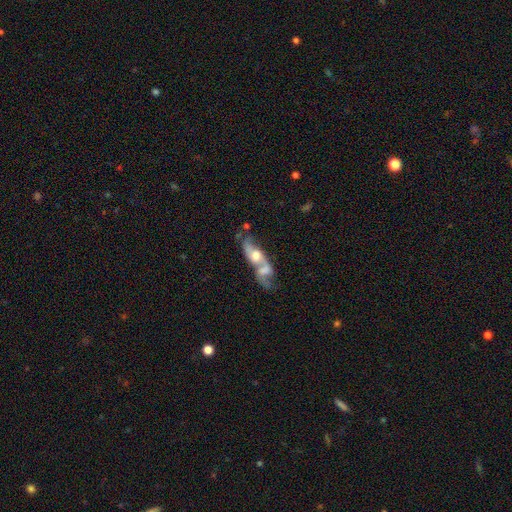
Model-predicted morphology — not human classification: This appears to be a featured or disk galaxy (64%) with no bar (65%), spiral arms (69%) and a moderate central bulge (55%). Merging: merger (64%).